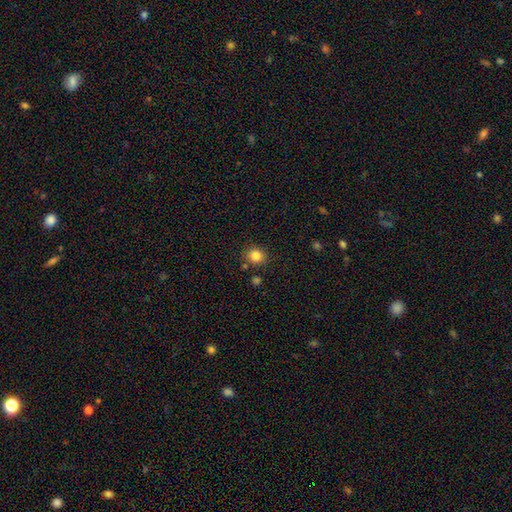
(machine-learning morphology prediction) Overall: smooth (83%). How rounded: round (83%). Merging: none (83%).